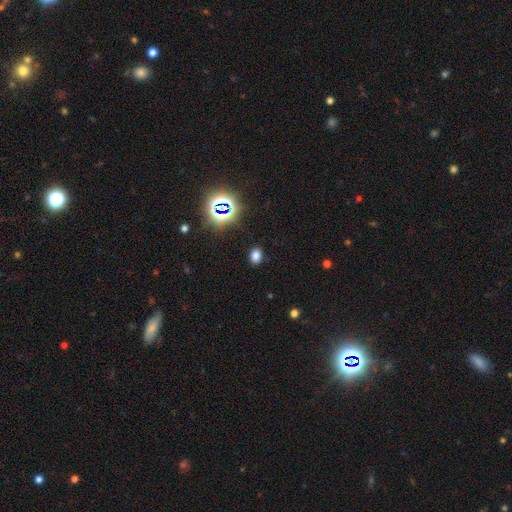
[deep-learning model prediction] smooth-or-featured: smooth: 72% | star or artifact: 22% | featured or disk: 6%
  how-rounded: in between: 72% | round: 27% | cigar-shaped: 1%
  merging: none: 87% | minor disturbance: 9% | major disturbance: 3% | merger: 1%